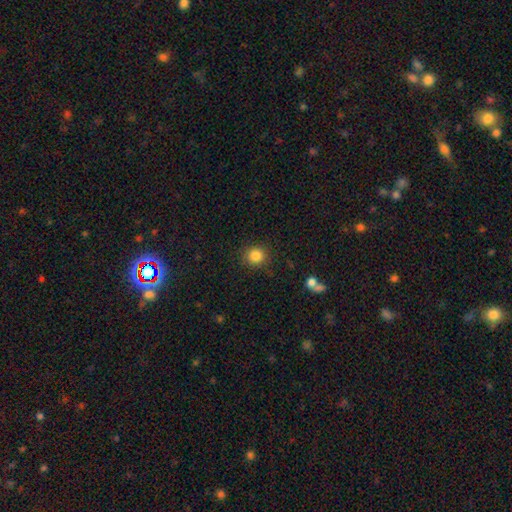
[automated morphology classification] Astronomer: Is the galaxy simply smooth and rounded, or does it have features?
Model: smooth — 84%.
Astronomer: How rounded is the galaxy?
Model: round — 89%.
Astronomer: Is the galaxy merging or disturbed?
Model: none — 88%.